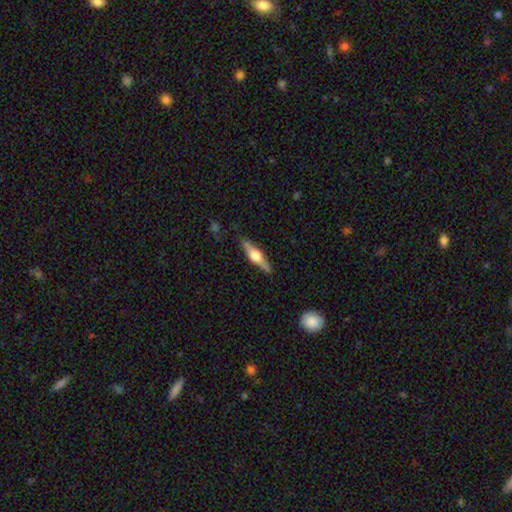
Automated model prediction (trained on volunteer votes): This is likely a featured or disk galaxy (66%). It is clearly viewed edge-on (96%). Edge-on bulge: clearly rounded (93%). Merging: clearly none (88%).